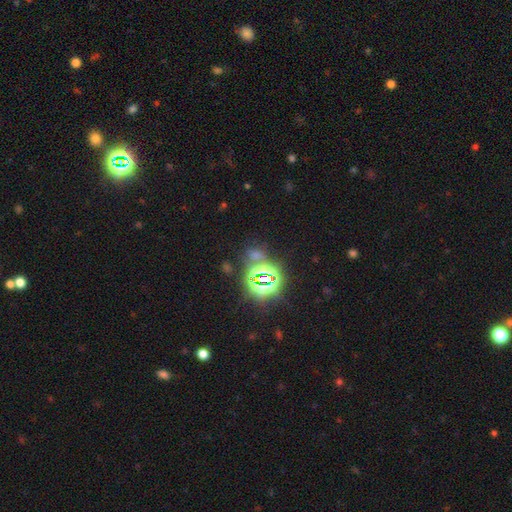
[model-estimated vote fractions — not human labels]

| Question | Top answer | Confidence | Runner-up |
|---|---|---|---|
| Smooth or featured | star or artifact | 78% | smooth (14%) |